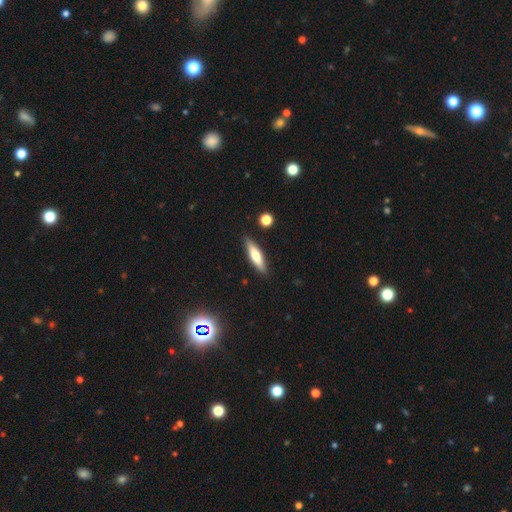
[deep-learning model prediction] The model was most divided on "smooth or featured": smooth: 63%, featured or disk: 30%, star or artifact: 6%. More confident: merging — none (87%); how rounded — cigar-shaped (69%).